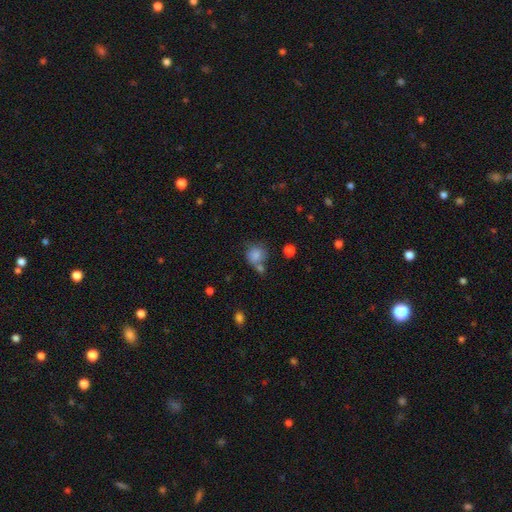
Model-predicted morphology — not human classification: The model was most divided on "merging": none: 46%, merger: 28%, minor disturbance: 18%, major disturbance: 8%. More confident: smooth or featured — smooth (80%); how rounded — round (73%).